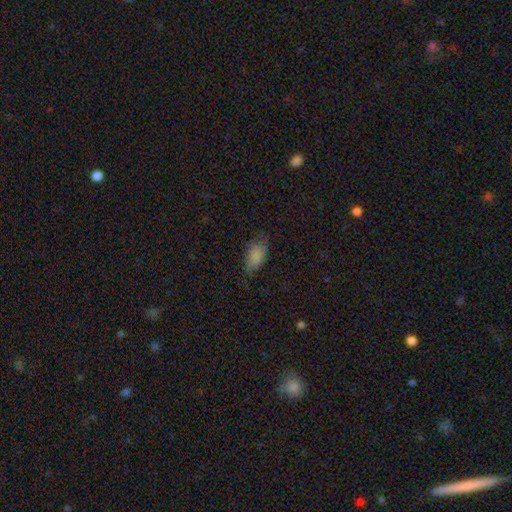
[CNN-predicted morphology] type=smooth (80%); roundness=in between (92%); merging=none (67%).